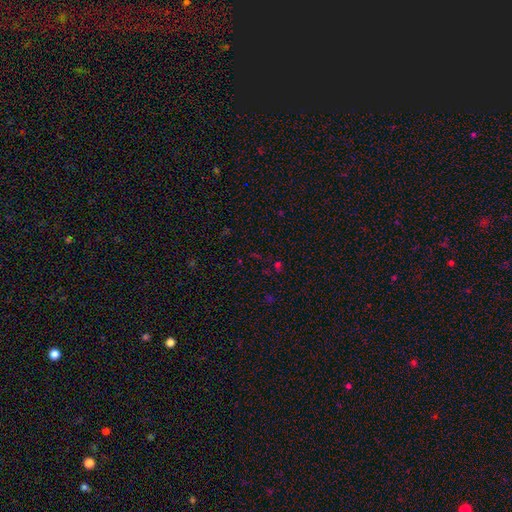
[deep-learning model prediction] A star or artifact, not a galaxy (63%).

Vote fractions:
- Smooth or featured? star or artifact: 63% / smooth: 28% / featured or disk: 9%